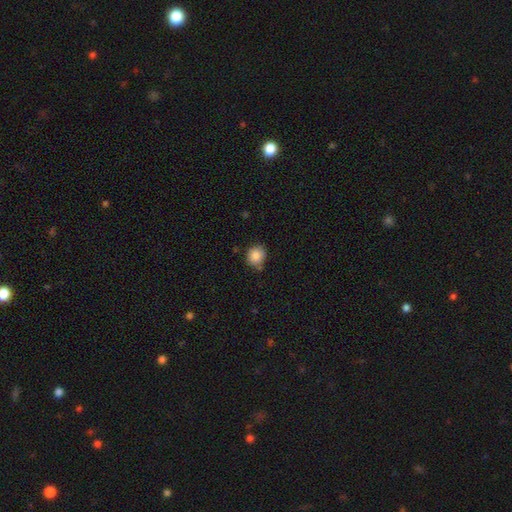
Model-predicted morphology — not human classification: smooth 86%, star or artifact 9%, featured or disk 5%. Down the decision tree: how rounded — round (81%); merging — none (73%).